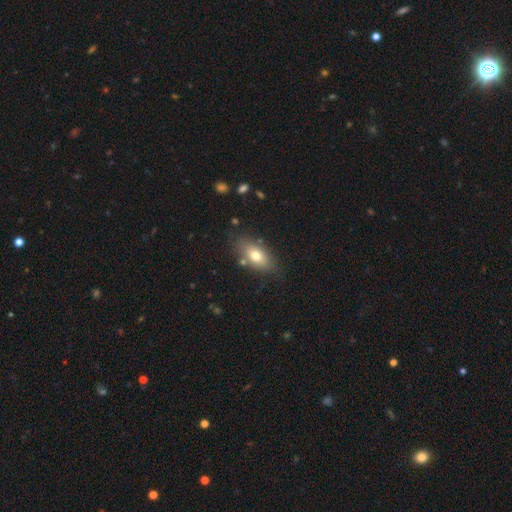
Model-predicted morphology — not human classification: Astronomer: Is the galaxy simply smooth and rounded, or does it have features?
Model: smooth — 73%.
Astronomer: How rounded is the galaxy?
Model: in between — 86%.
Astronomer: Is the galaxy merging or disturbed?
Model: none — 77%.